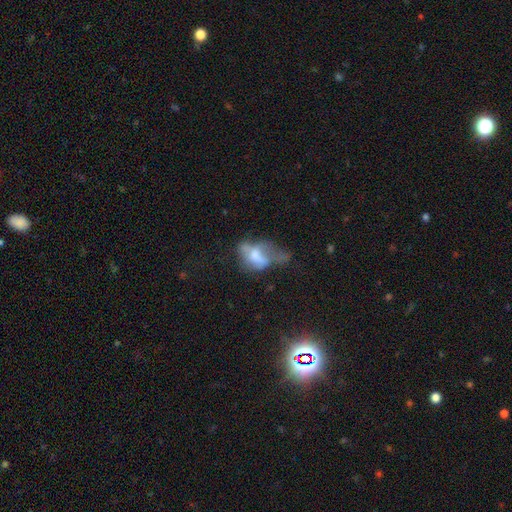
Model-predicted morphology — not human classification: Smooth or featured? smooth (47%)
Merging? major disturbance (48%)